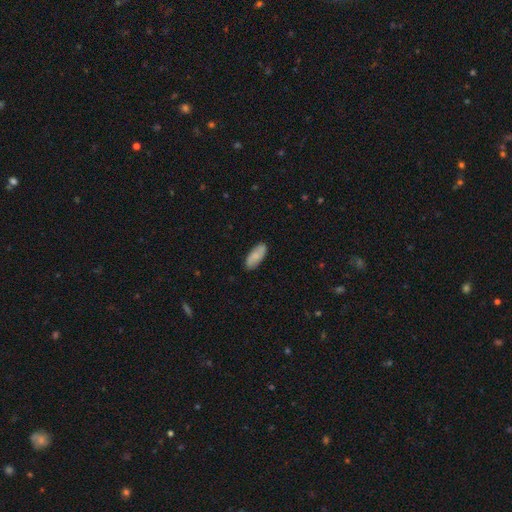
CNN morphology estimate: Smooth or featured?
  - smooth: 75% *
  - featured or disk: 19%
  - star or artifact: 6%
How rounded?
  - in between: 83% *
  - cigar-shaped: 15%
  - round: 2%
Merging?
  - none: 87% *
  - minor disturbance: 10%
  - major disturbance: 2%
  - merger: 1%